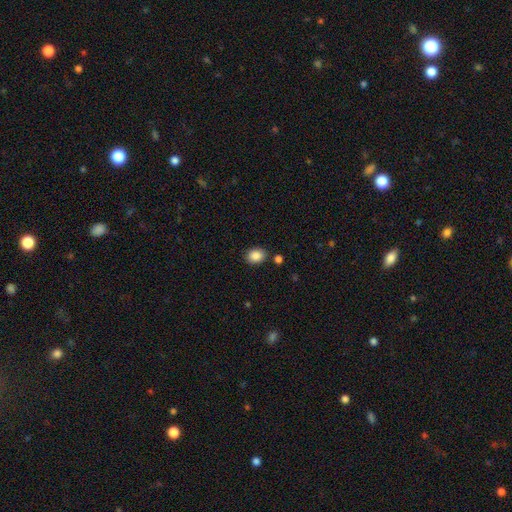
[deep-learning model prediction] smooth-or-featured: smooth: 87% | star or artifact: 9% | featured or disk: 4%
  how-rounded: in between: 55% | round: 45% | cigar-shaped: 1%
  merging: none: 82% | minor disturbance: 10% | merger: 5% | major disturbance: 3%